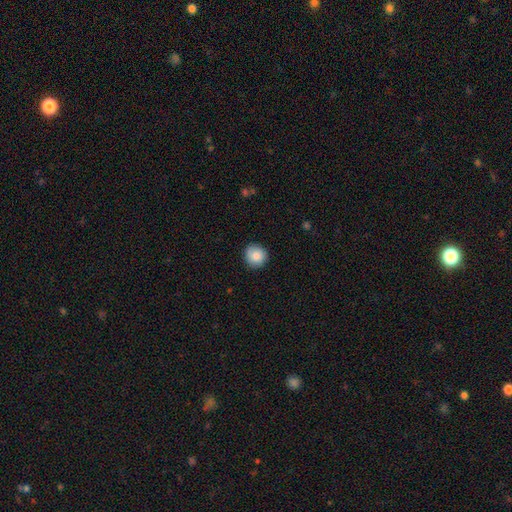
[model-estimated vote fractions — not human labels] The model was most divided on "merging": none: 87%, minor disturbance: 10%, major disturbance: 2%, merger: 1%. More confident: how rounded — round (92%); smooth or featured — smooth (86%).